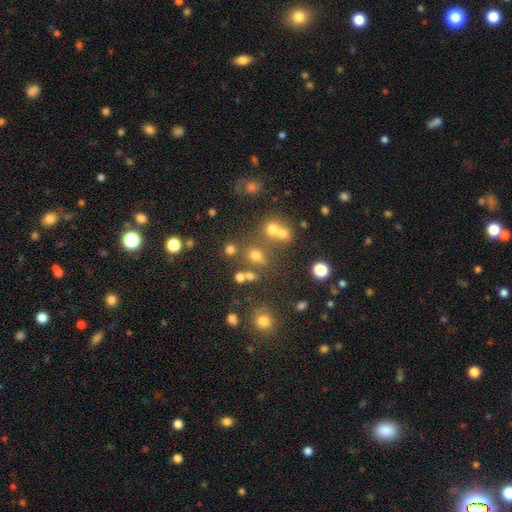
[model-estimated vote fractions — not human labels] A smooth galaxy with no disk features (59%) that is round (65%).

Vote fractions:
- Smooth or featured? smooth: 59% / star or artifact: 27% / featured or disk: 14%
- How rounded? round: 65% / in between: 33% / cigar-shaped: 3%
- Merging? none: 57% / merger: 27% / minor disturbance: 10% / major disturbance: 5%